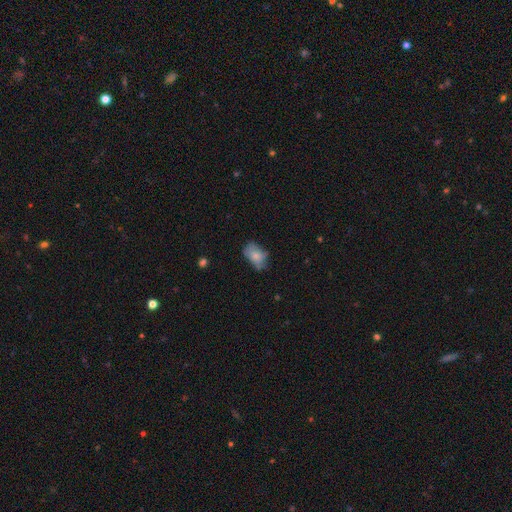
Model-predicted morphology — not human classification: smooth_or_featured: smooth (p=0.74) [alt: featured or disk p=0.18]
how_rounded: in between (p=0.85) [alt: round p=0.13]
merging: none (p=0.52) [alt: minor disturbance p=0.33]